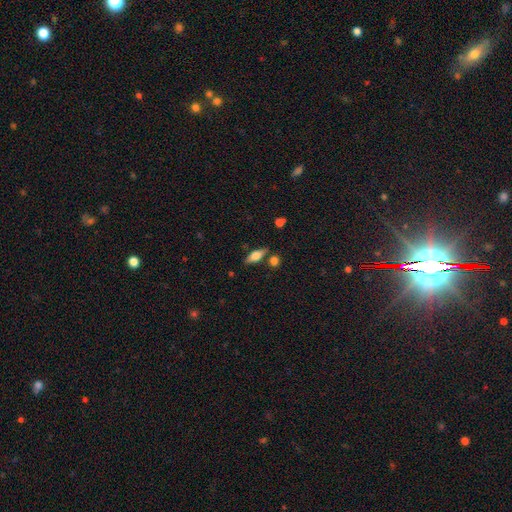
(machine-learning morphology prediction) A featured or disk galaxy (48%). Merging: none (78%).